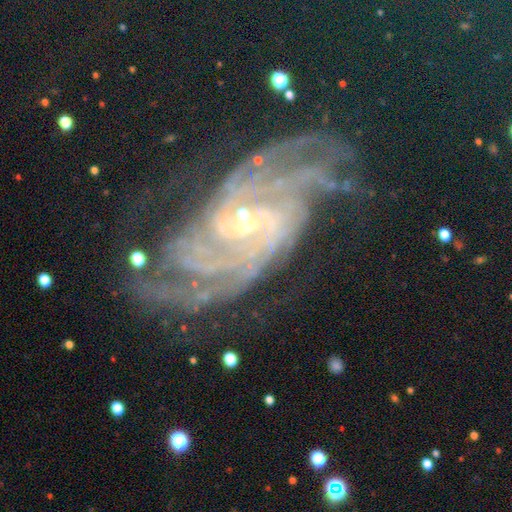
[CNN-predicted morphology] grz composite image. It shows a featured or disk galaxy (76%) with no bar (41%), tight (57%) spiral arms (98%) and a small central bulge (76%). Merging: none (71%).